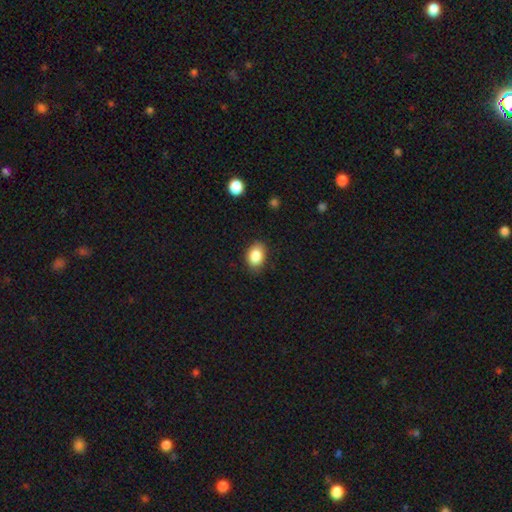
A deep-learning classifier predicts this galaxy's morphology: smooth_or_featured: smooth (p=0.85) [alt: star or artifact p=0.08]
how_rounded: in between (p=0.77) [alt: round p=0.22]
merging: none (p=0.84) [alt: minor disturbance p=0.12]